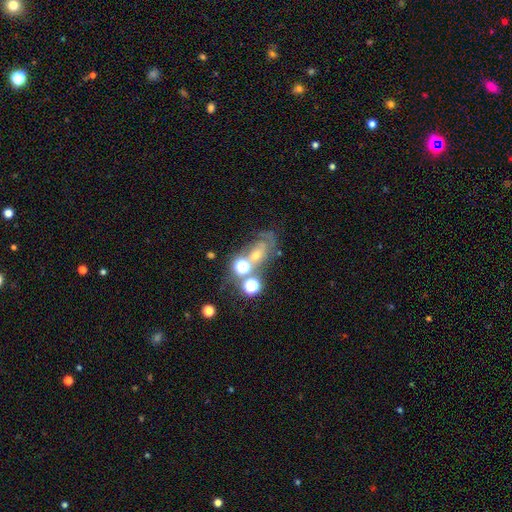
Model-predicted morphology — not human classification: Q: Smooth or featured?
A: featured or disk (45%); runner-up: star or artifact (31%)
Q: Merging?
A: none (40%); runner-up: merger (24%)